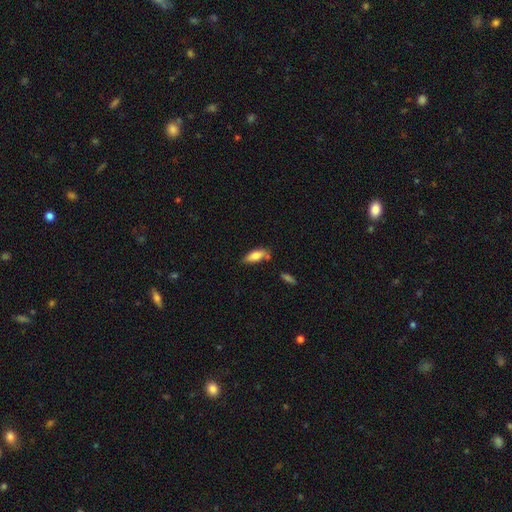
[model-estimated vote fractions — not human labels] smooth 78%, featured or disk 15%, star or artifact 7%. Down the decision tree: how rounded — in between (77%); merging — none (66%).